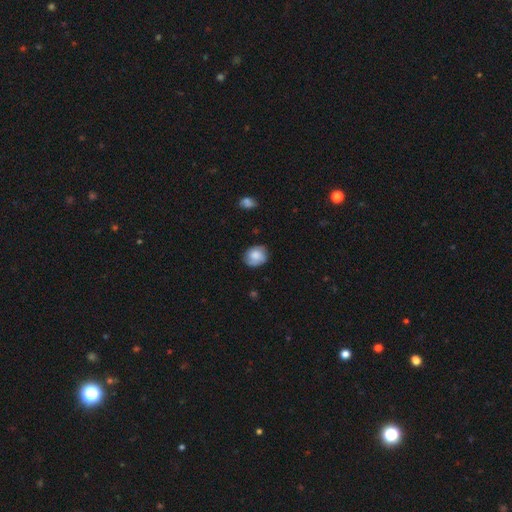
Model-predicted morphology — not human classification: Smooth or featured?
  - smooth: 62% *
  - featured or disk: 30%
  - star or artifact: 8%
How rounded?
  - round: 64% *
  - in between: 35%
  - cigar-shaped: 1%
Merging?
  - none: 71% *
  - minor disturbance: 22%
  - major disturbance: 5%
  - merger: 1%